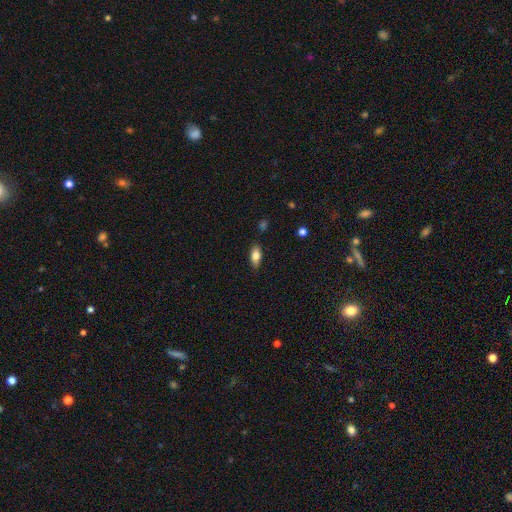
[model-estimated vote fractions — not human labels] Overall: smooth (79%). How rounded: in between (87%). Merging: none (85%).